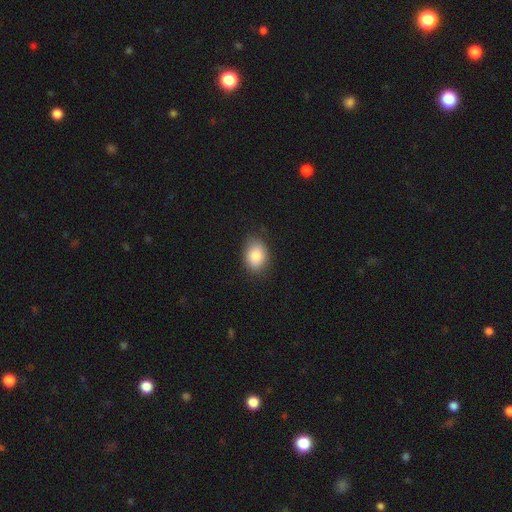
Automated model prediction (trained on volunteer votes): Smooth or featured?
  - smooth: 86% *
  - star or artifact: 7%
  - featured or disk: 7%
How rounded?
  - in between: 75% *
  - round: 24%
  - cigar-shaped: 1%
Merging?
  - none: 80% *
  - minor disturbance: 15%
  - major disturbance: 3%
  - merger: 1%